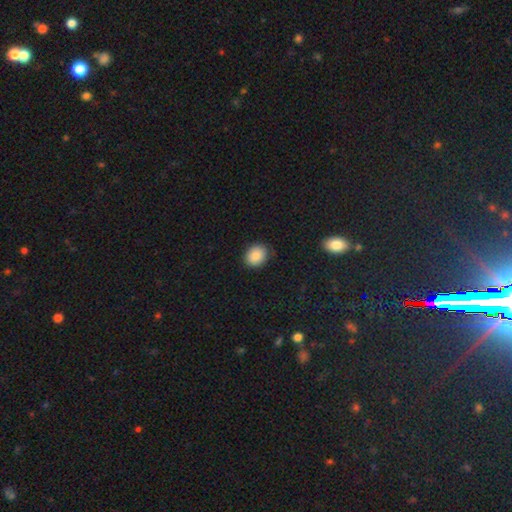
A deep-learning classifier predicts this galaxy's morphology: Smooth or featured?
  - smooth: 88% *
  - star or artifact: 8%
  - featured or disk: 4%
How rounded?
  - round: 52% *
  - in between: 47%
  - cigar-shaped: 1%
Merging?
  - none: 84% *
  - minor disturbance: 13%
  - major disturbance: 2%
  - merger: 1%